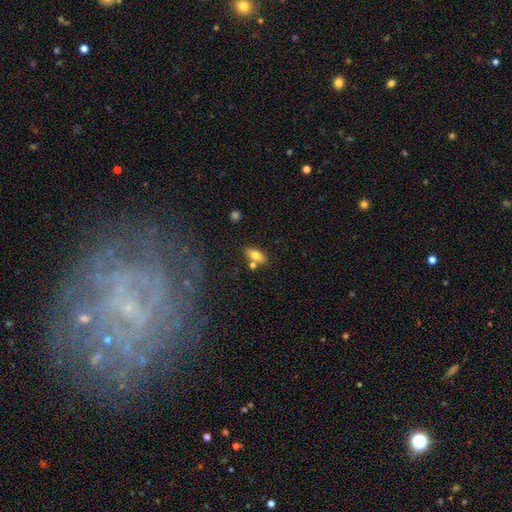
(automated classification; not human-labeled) Overall: smooth (71%). How rounded: in between (83%). Merging: none (66%).